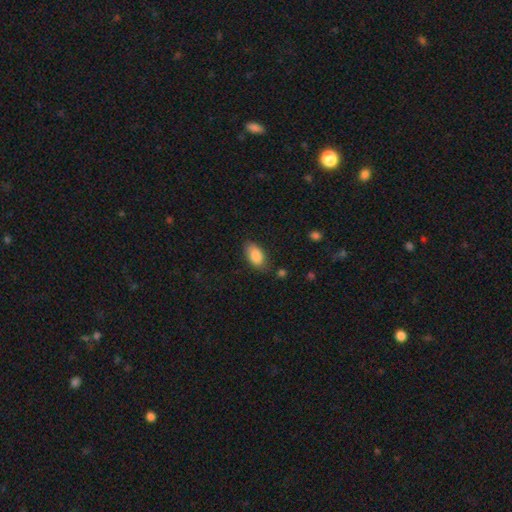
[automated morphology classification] The model was most divided on "merging": none: 76%, minor disturbance: 18%, major disturbance: 4%, merger: 2%. More confident: how rounded — in between (93%); smooth or featured — smooth (87%).